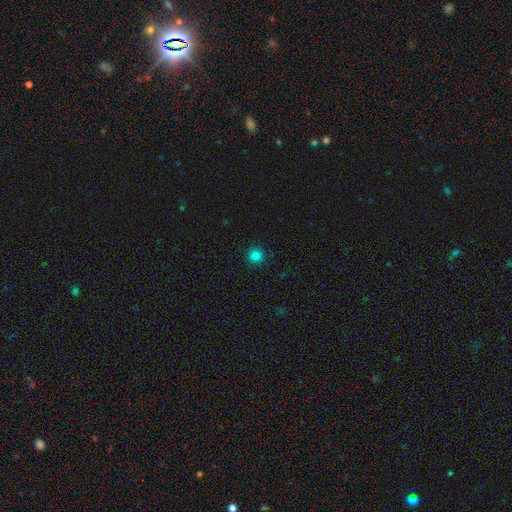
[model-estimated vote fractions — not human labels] Overall: smooth (83%). How rounded: round (95%). Merging: none (92%).